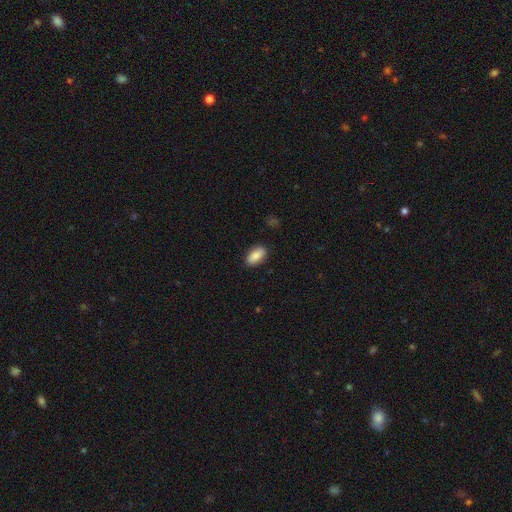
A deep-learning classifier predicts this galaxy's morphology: Overall: smooth (86%). How rounded: in between (91%). Merging: none (88%).